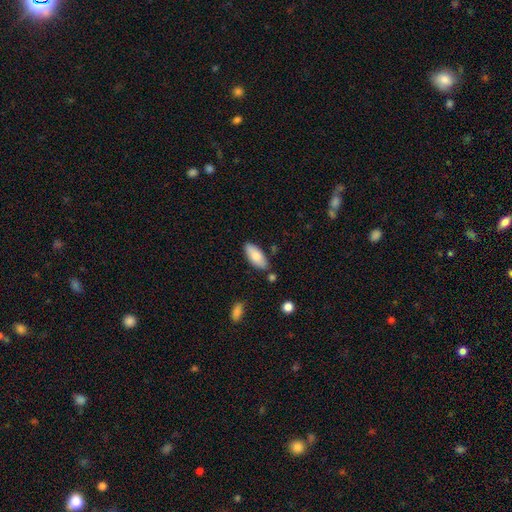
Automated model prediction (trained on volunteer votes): Smooth or featured? smooth (82%)
How rounded? in between (87%)
Merging? none (78%)